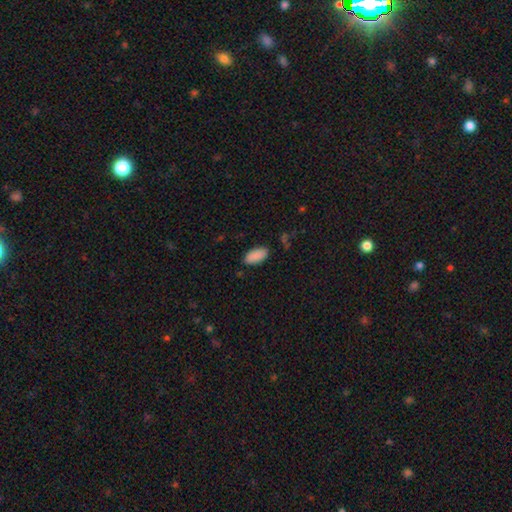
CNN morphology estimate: Overall: smooth (89%). How rounded: in between (92%). Merging: none (85%).